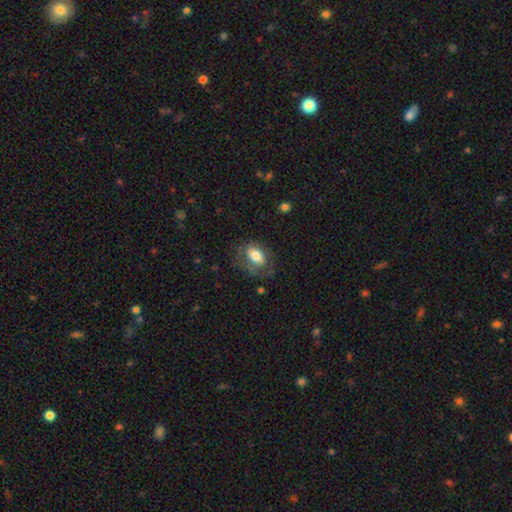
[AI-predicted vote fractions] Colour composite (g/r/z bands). It shows a smooth galaxy with no disk features (64%) that is in between round and cigar-shaped (83%). Merging: none (55%).